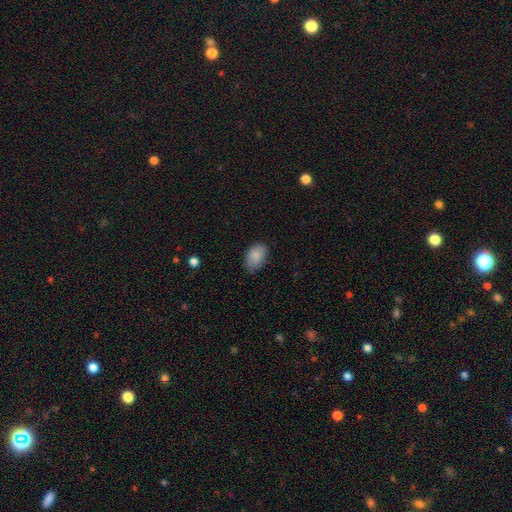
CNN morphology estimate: A smooth galaxy with no disk features (87%) that is in between round and cigar-shaped (91%).

Vote fractions:
- Smooth or featured? smooth: 87% / star or artifact: 7% / featured or disk: 6%
- How rounded? in between: 91% / round: 8% / cigar-shaped: 1%
- Merging? none: 79% / minor disturbance: 17% / major disturbance: 3% / merger: 1%